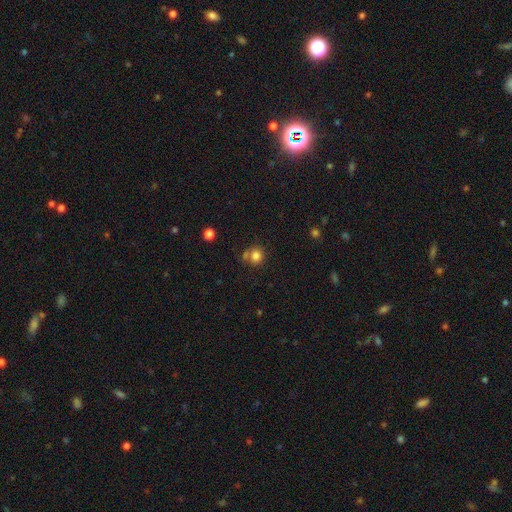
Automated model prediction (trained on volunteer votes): Morphology: type=smooth (81%); roundness=round (83%); merging=none (63%).